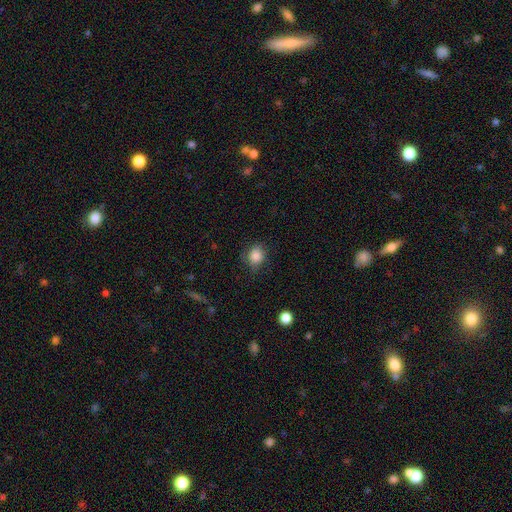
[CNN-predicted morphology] Smooth or featured? smooth (86%)
How rounded? round (66%)
Merging? none (71%)